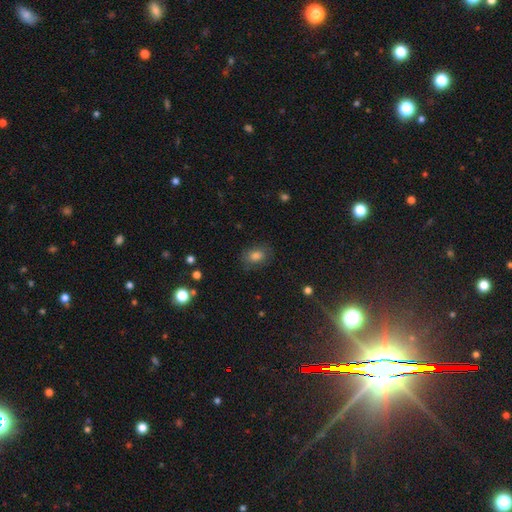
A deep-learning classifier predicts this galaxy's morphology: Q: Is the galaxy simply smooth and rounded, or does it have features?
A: smooth — 76%.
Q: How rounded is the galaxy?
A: in between — 67%.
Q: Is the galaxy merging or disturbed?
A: none — 77%.